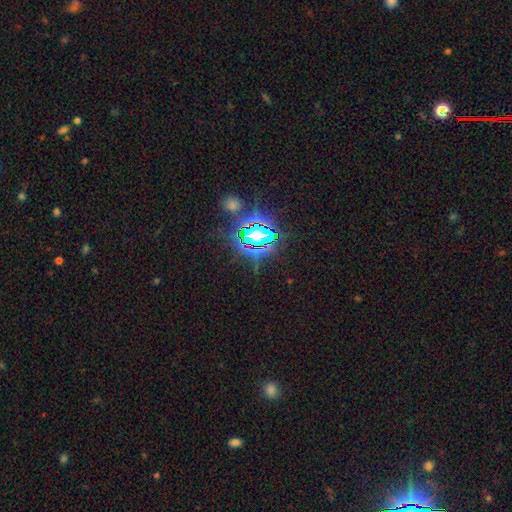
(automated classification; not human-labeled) Overall: star or artifact (80%).